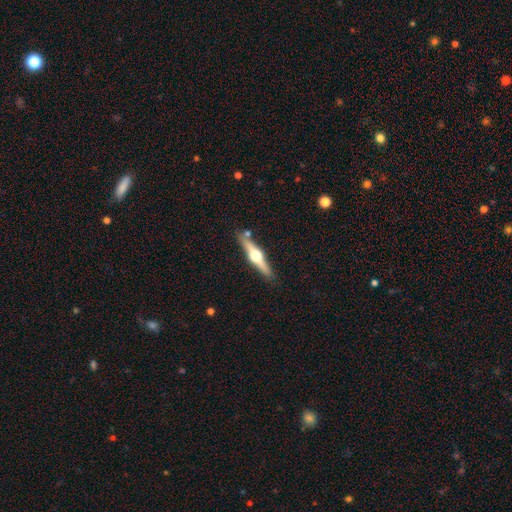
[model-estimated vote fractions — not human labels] Q: Smooth or featured?
A: featured or disk (75%); runner-up: smooth (20%)
Q: Edge-on disk?
A: yes (97%); runner-up: no (3%)
Q: Edge-on bulge?
A: rounded (96%); runner-up: boxy (2%)
Q: Merging?
A: none (85%); runner-up: minor disturbance (9%)